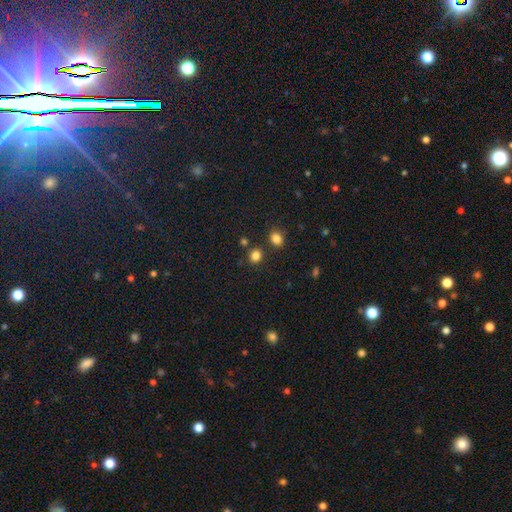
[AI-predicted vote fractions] Smooth or featured?
  - smooth: 83% *
  - star or artifact: 13%
  - featured or disk: 4%
How rounded?
  - round: 72% *
  - in between: 27%
  - cigar-shaped: 1%
Merging?
  - none: 80% *
  - merger: 9%
  - minor disturbance: 8%
  - major disturbance: 3%